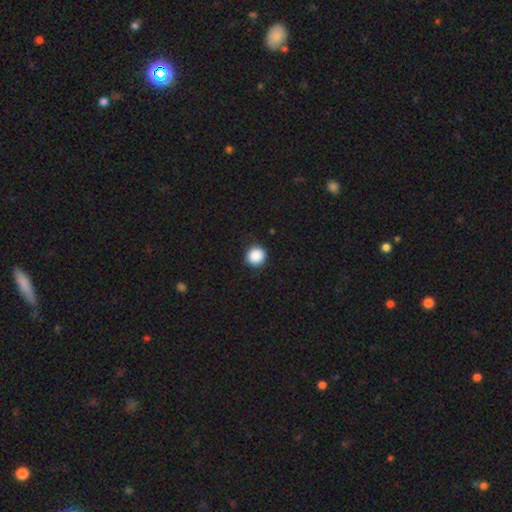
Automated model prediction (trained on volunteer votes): Q: Smooth or featured?
A: smooth (89%); runner-up: star or artifact (9%)
Q: How rounded?
A: round (94%); runner-up: in between (5%)
Q: Merging?
A: none (91%); runner-up: minor disturbance (6%)